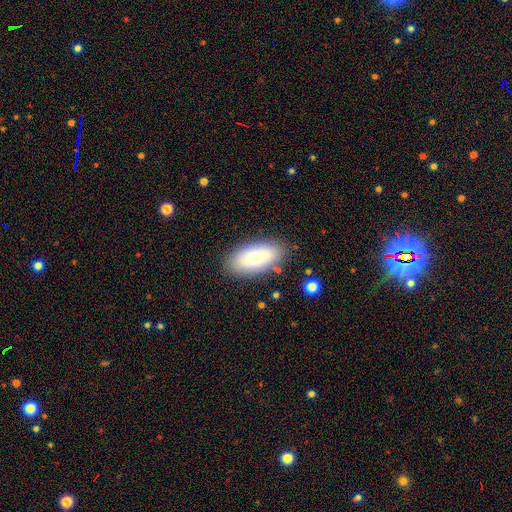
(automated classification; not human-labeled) Morphology: type=smooth (82%); roundness=in between (91%); merging=none (81%).